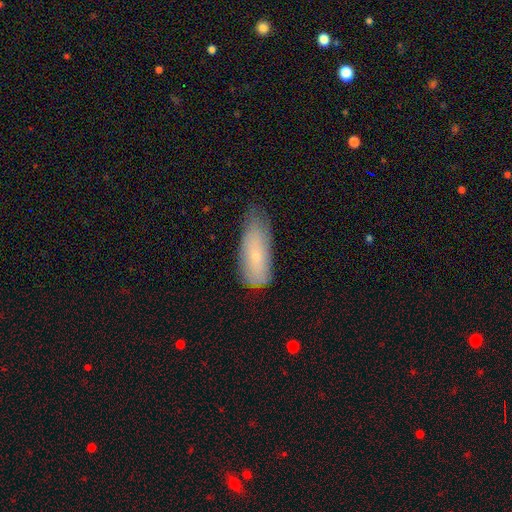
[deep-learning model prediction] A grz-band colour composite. It shows a smooth galaxy with no disk features (69%) that is in between round and cigar-shaped (69%). Merging: none (49%).